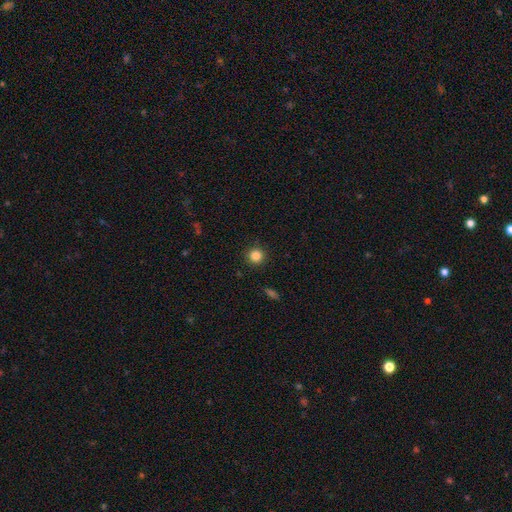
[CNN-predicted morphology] Overall: smooth (85%). How rounded: round (94%). Merging: none (91%).